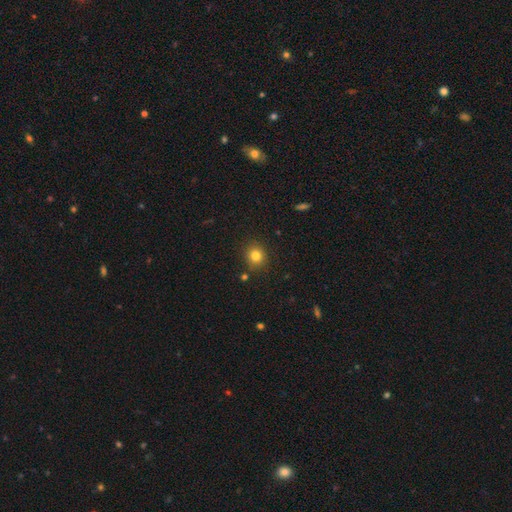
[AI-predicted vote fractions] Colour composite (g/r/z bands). It shows a smooth galaxy with no disk features (81%) that is round (84%). Merging: none (87%).